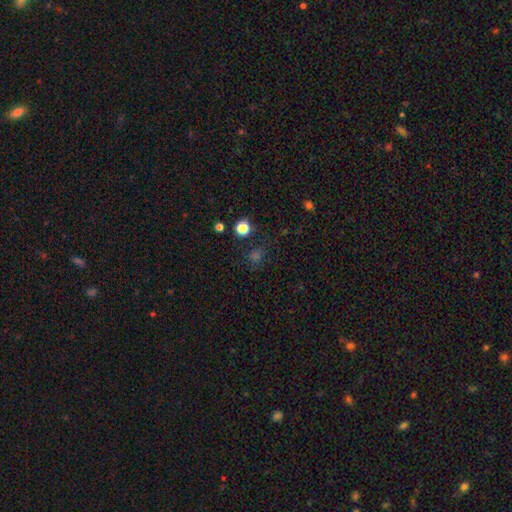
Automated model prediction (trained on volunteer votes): Morphology: type=smooth (52%); roundness=round (82%); merging=none (77%).